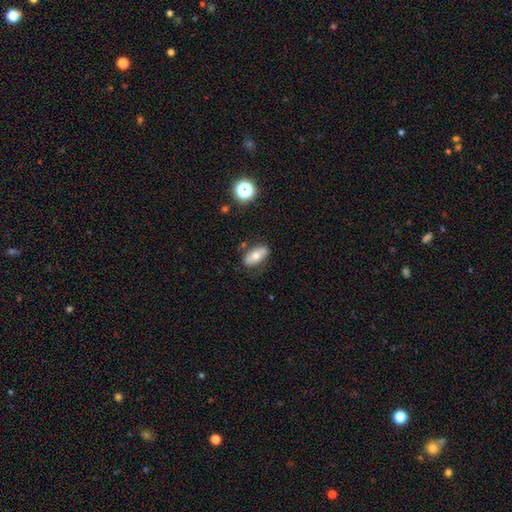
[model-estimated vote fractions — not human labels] Smooth or featured? smooth (59%)
How rounded? in between (87%)
Merging? none (75%)